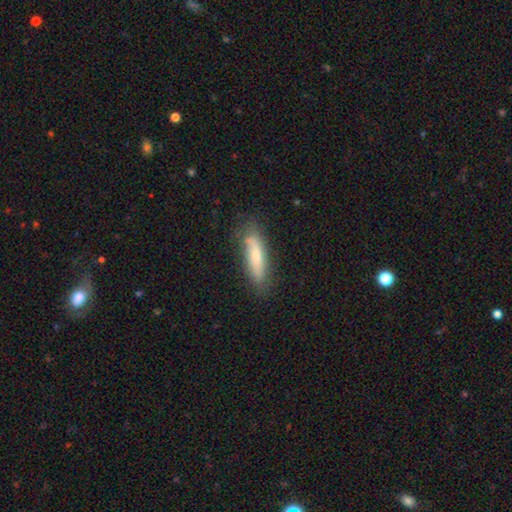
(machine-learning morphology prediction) The model was most divided on "how rounded": cigar-shaped: 71%, in between: 28%, round: 2%. More confident: merging — none (72%); smooth or featured — smooth (69%).